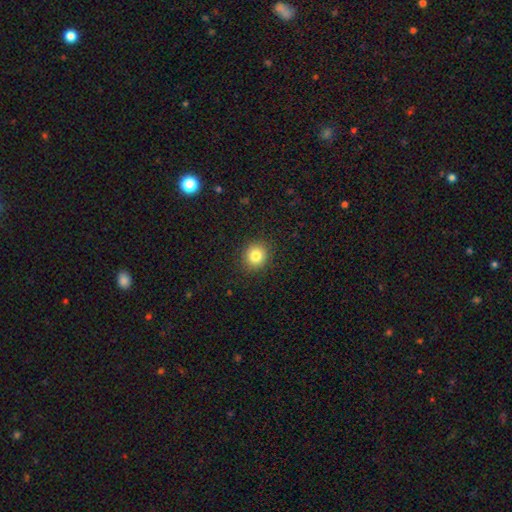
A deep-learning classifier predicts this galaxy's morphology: smooth 82%, star or artifact 11%, featured or disk 7%. Down the decision tree: how rounded — round (86%); merging — none (90%).